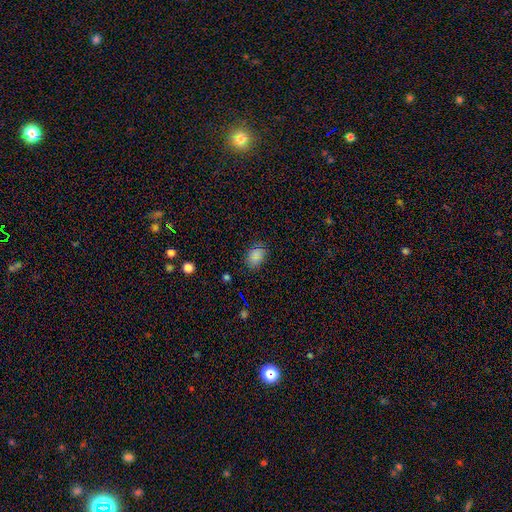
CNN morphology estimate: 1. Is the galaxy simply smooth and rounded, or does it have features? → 78% smooth, 17% star or artifact, 6% featured or disk.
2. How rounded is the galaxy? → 77% in between, 22% round, 1% cigar-shaped.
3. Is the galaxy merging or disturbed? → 81% none, 14% minor disturbance, 4% major disturbance, 1% merger.